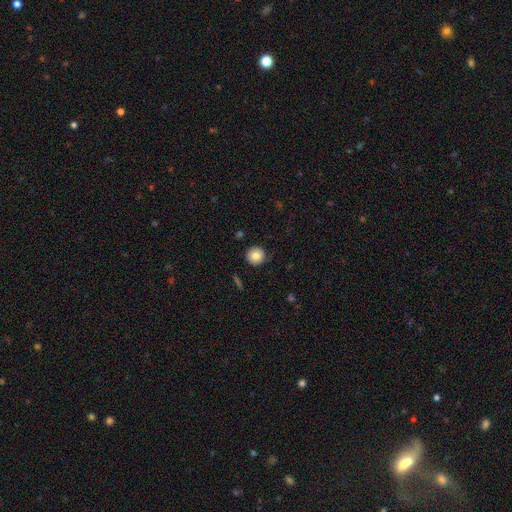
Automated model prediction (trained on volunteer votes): Overall: smooth (82%). How rounded: round (95%). Merging: none (89%).